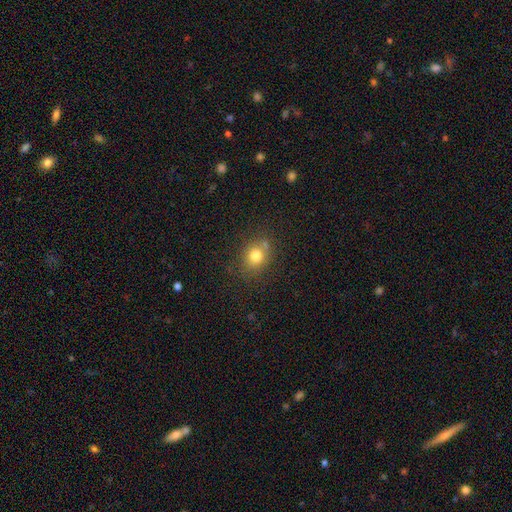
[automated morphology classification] This is likely a smooth galaxy (78%). How rounded: likely round (68%). Merging: likely none (71%).